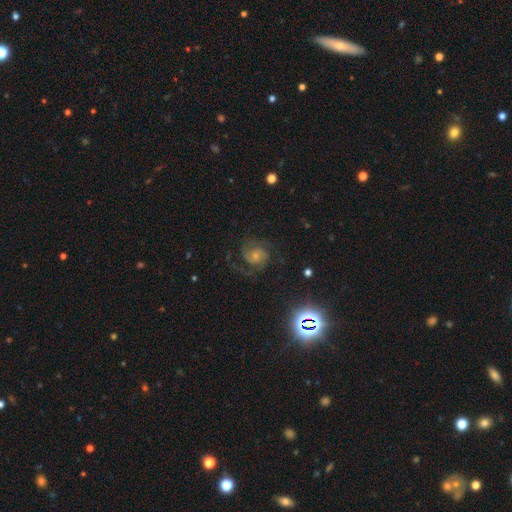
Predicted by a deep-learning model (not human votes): Smooth or featured? Predicted: featured or disk (p=0.79). Edge-on disk? Predicted: no (p=0.98). Bar? Predicted: no (p=0.63). Spiral arms? Predicted: yes (p=0.96). Spiral winding? Predicted: medium (p=0.55). Spiral arm count? Predicted: 2 (p=0.74). Bulge size? Predicted: small (p=0.59). Merging? Predicted: none (p=0.68).